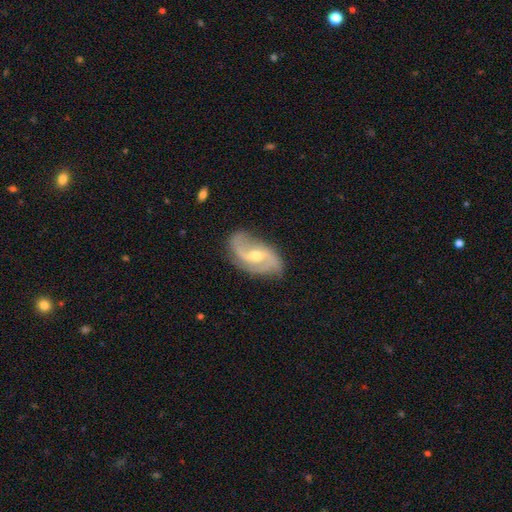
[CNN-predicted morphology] type=featured or disk (87%); edge-on=no (96%); bar=weak (49%); spiral arms=yes (96%); winding=loose (49%); arm count=2 (89%); bulge=moderate (62%); merging=none (77%).